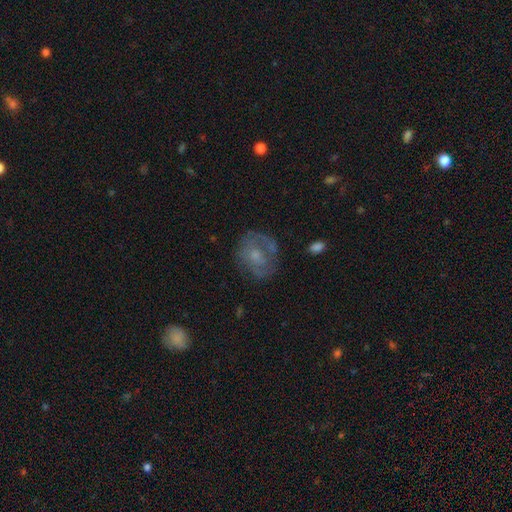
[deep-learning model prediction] Smooth or featured?
  - featured or disk: 53% *
  - smooth: 37%
  - star or artifact: 10%
Edge-on disk?
  - no: 97% *
  - yes: 3%
Bar?
  - no: 72% *
  - weak: 23%
  - strong: 4%
Spiral arms?
  - yes: 54% *
  - no: 46%
Bulge size?
  - small: 42% *
  - moderate: 39%
  - none: 13%
  - large: 4%
  - dominant: 1%
Merging?
  - none: 64% *
  - minor disturbance: 21%
  - major disturbance: 13%
  - merger: 2%